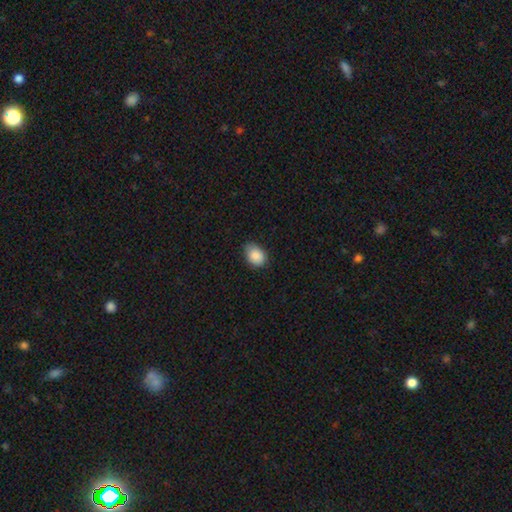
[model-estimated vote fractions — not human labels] A smooth galaxy with no disk features (88%) that is in between round and cigar-shaped (69%).

Vote fractions:
- Smooth or featured? smooth: 88% / star or artifact: 8% / featured or disk: 4%
- How rounded? in between: 69% / round: 30% / cigar-shaped: 1%
- Merging? none: 73% / minor disturbance: 23% / major disturbance: 3% / merger: 1%